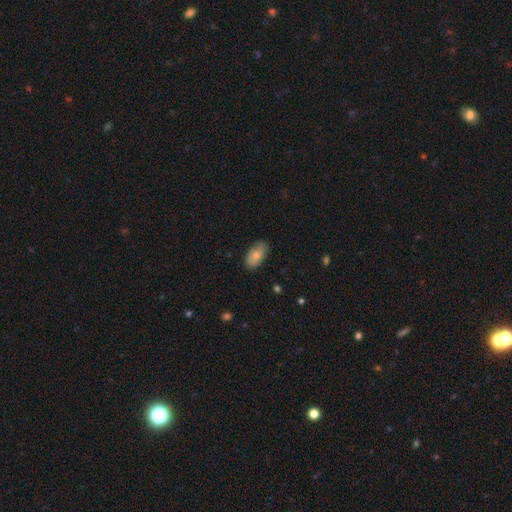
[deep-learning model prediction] smooth-or-featured: smooth: 81% | featured or disk: 12% | star or artifact: 6%
  how-rounded: in between: 93% | cigar-shaped: 3% | round: 3%
  merging: none: 81% | minor disturbance: 15% | major disturbance: 3% | merger: 1%